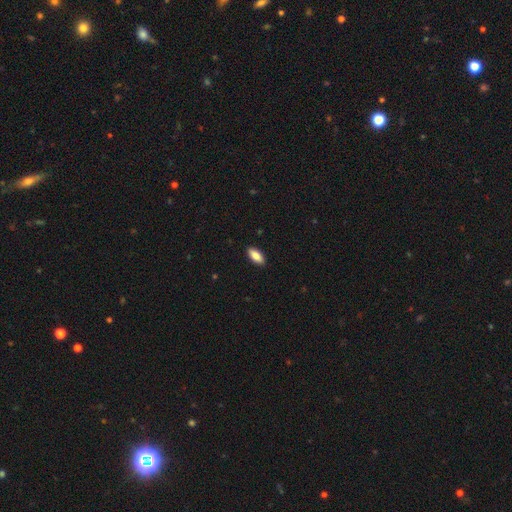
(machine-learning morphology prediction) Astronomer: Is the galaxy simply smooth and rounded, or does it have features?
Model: smooth — 87%.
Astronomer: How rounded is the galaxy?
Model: in between — 87%.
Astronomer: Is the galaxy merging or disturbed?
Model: none — 90%.